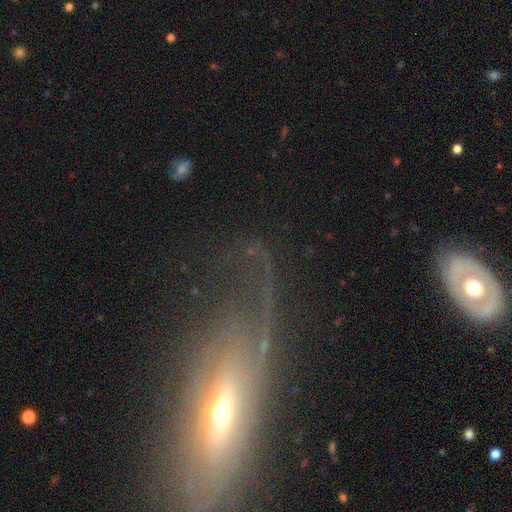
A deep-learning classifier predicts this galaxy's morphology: Overall: featured or disk (51%; star or artifact 28%). Edge-on disk: no (80%). Merging: none (54%; major disturbance 24%).